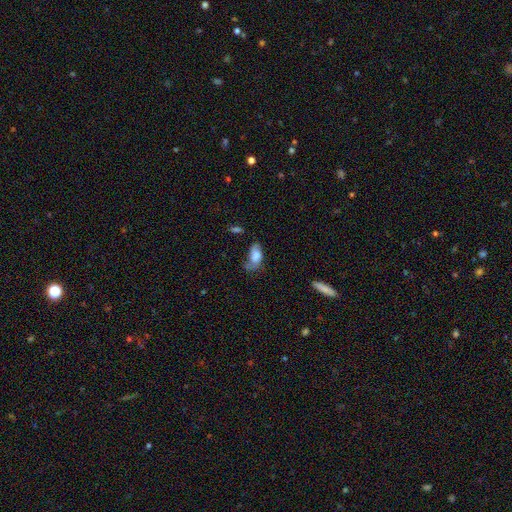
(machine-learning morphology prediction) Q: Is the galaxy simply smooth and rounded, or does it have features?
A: smooth — 62%.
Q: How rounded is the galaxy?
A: in between — 91%.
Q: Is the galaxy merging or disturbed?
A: none — 34%.